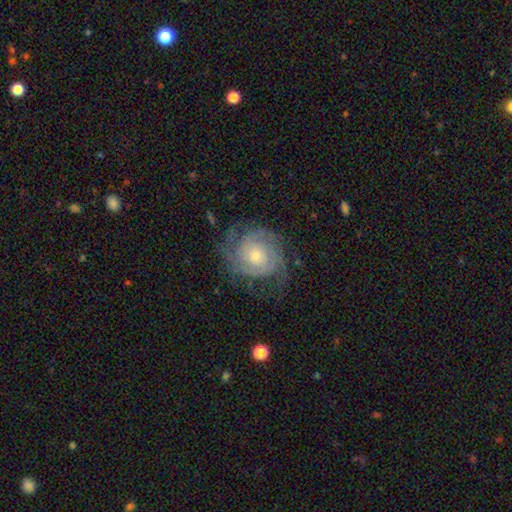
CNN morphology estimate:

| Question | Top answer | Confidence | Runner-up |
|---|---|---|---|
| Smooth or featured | featured or disk | 85% | smooth (9%) |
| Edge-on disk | no | 98% | yes (2%) |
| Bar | no | 77% | weak (20%) |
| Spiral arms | yes | 96% | no (4%) |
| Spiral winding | tight | 62% | medium (30%) |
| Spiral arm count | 2 | 37% | 3 (26%) |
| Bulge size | small | 56% | moderate (39%) |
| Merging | none | 70% | minor disturbance (18%) |